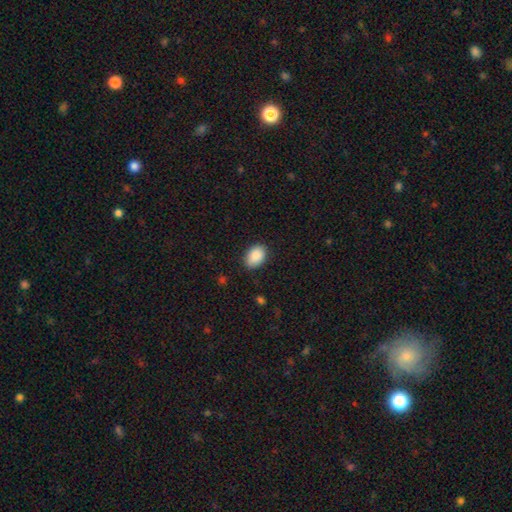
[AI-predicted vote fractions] Overall: smooth (90%). How rounded: in between (81%). Merging: none (85%).